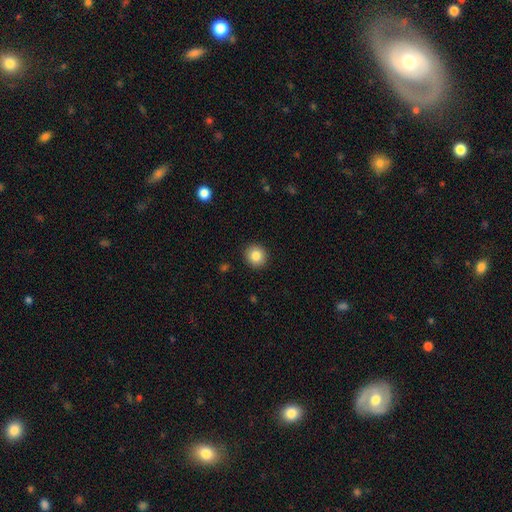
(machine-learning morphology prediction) type=smooth (84%); roundness=round (89%); merging=none (92%).